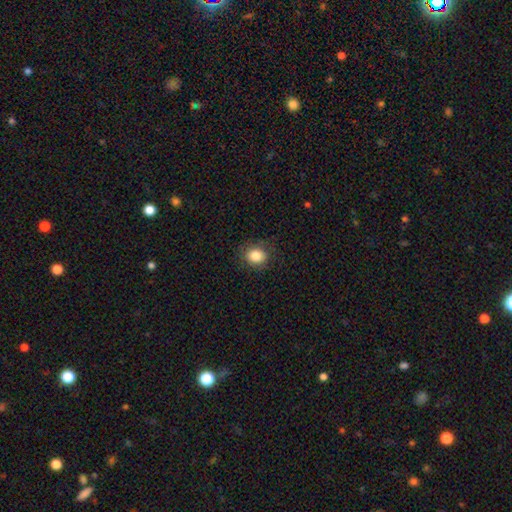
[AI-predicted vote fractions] The model was most divided on "how rounded": round: 63%, in between: 36%, cigar-shaped: 1%. More confident: smooth or featured — smooth (84%); merging — none (83%).